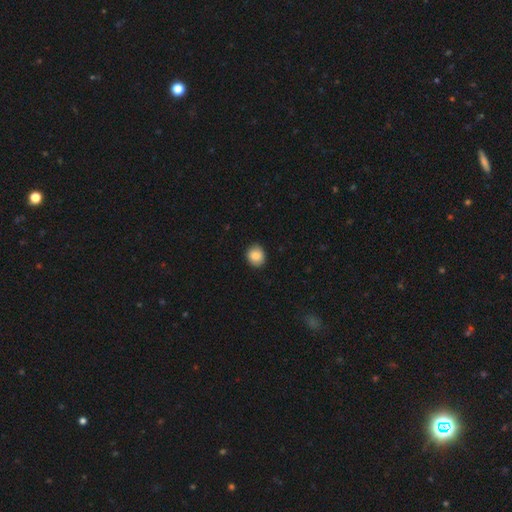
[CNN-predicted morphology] Smooth or featured?
  - smooth: 86% *
  - star or artifact: 8%
  - featured or disk: 6%
How rounded?
  - round: 74% *
  - in between: 25%
  - cigar-shaped: 1%
Merging?
  - none: 89% *
  - minor disturbance: 8%
  - major disturbance: 2%
  - merger: 1%